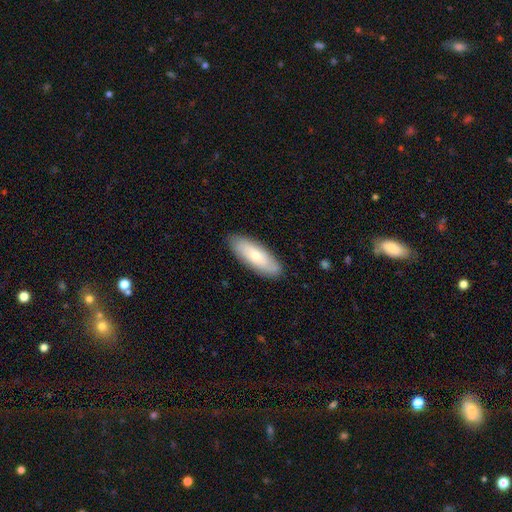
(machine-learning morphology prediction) type=smooth (67%); roundness=in between (65%); merging=none (87%).